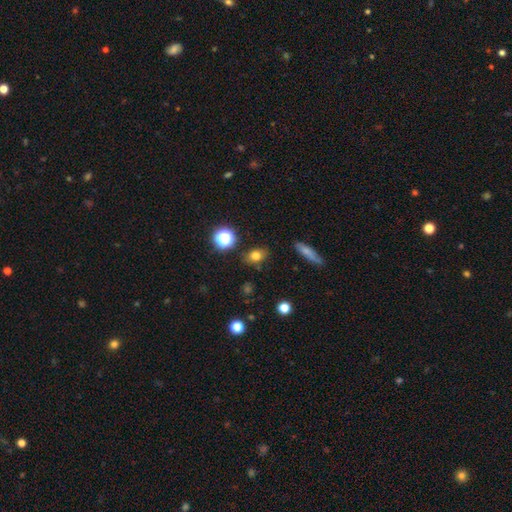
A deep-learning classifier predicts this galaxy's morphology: This is likely a smooth galaxy (76%). How rounded: likely in between (62%). Merging: clearly none (83%).